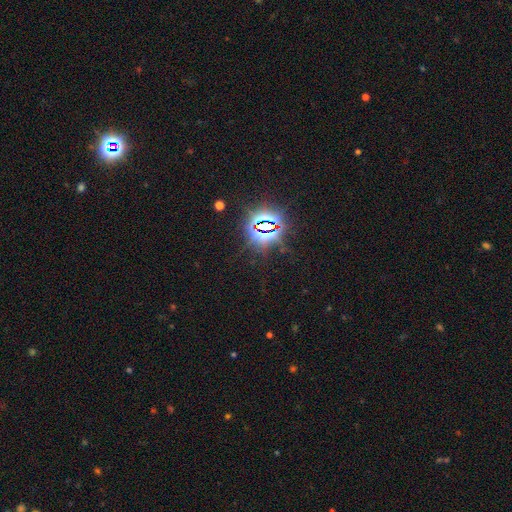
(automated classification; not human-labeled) A star or artifact, not a galaxy (83%).